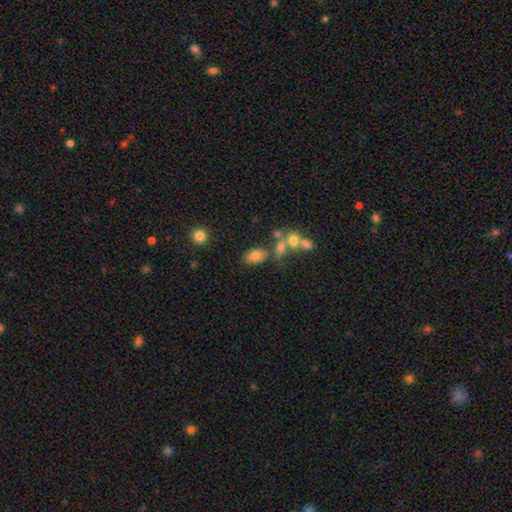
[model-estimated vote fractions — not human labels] Smooth or featured: smooth — 76% (featured or disk — 13%)
How rounded: in between — 86% (round — 12%)
Merging: none — 61% (merger — 17%)